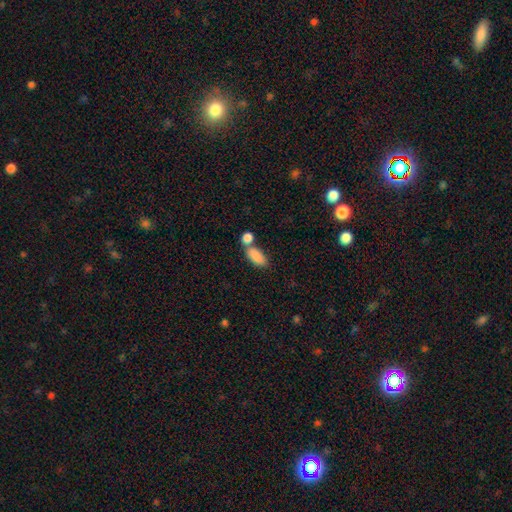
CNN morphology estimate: This is clearly a smooth galaxy (87%). How rounded: clearly in between (88%). Merging: possibly none (47%).